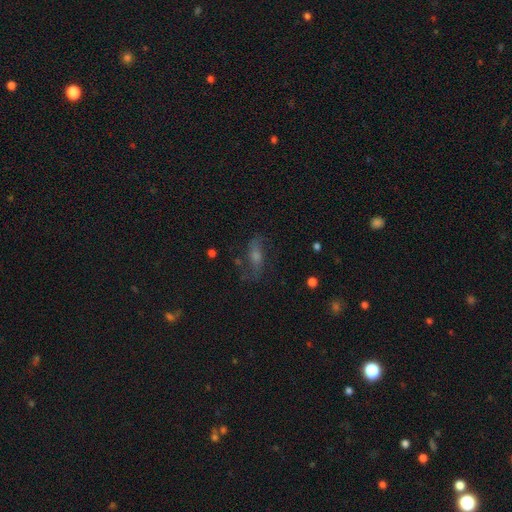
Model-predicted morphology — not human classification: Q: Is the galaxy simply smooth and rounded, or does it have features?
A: featured or disk — 51%.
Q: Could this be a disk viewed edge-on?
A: no — 85%.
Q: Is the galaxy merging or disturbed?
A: none — 66%.